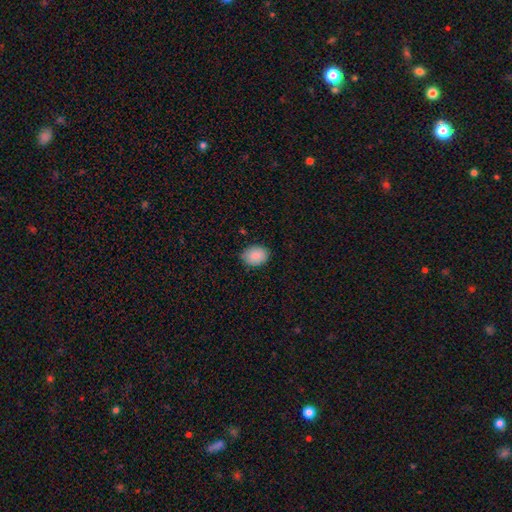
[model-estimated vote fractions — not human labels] Smooth or featured: smooth — 89% (star or artifact — 7%)
How rounded: in between — 62% (round — 37%)
Merging: none — 83% (minor disturbance — 13%)